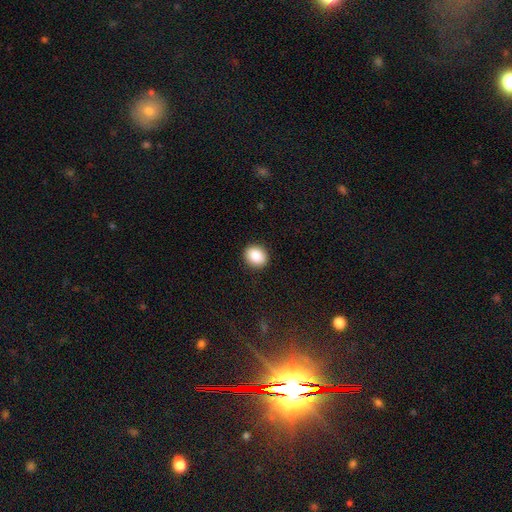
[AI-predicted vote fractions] Smooth or featured? smooth (88%)
How rounded? round (56%)
Merging? none (91%)